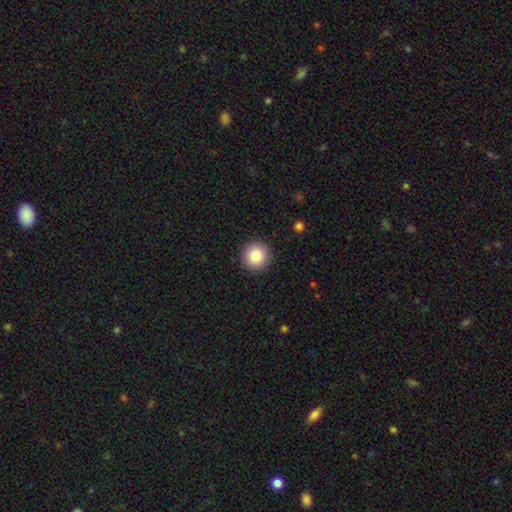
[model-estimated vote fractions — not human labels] Overall: smooth (85%). How rounded: round (95%). Merging: none (92%).